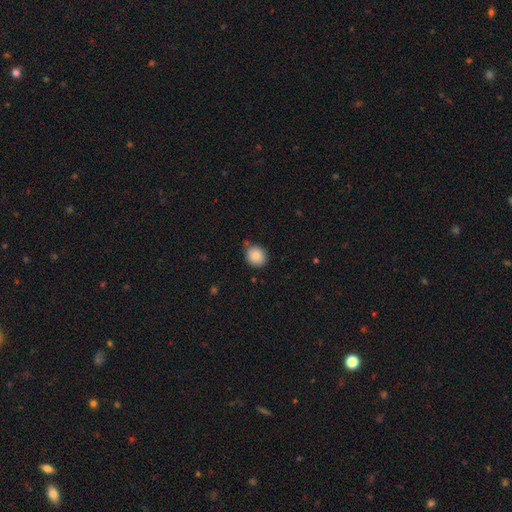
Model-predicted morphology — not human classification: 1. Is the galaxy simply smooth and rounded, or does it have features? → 85% smooth, 9% star or artifact, 6% featured or disk.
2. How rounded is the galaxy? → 81% round, 18% in between, 1% cigar-shaped.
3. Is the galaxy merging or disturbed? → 78% none, 15% minor disturbance, 5% merger, 3% major disturbance.